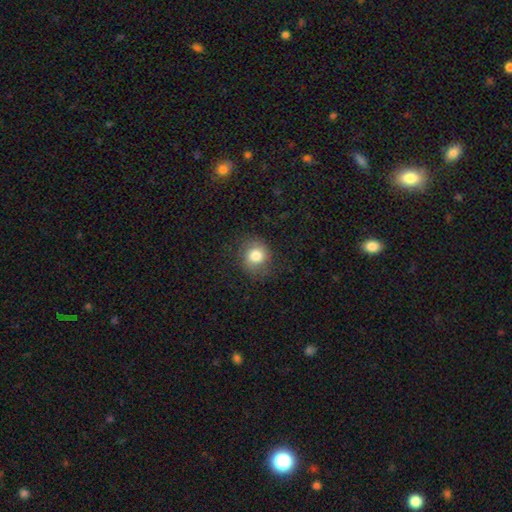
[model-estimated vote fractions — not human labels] A smooth galaxy with no disk features (75%) that is round (82%).

Vote fractions:
- Smooth or featured? smooth: 75% / featured or disk: 15% / star or artifact: 9%
- How rounded? round: 82% / in between: 17% / cigar-shaped: 1%
- Merging? none: 76% / minor disturbance: 16% / major disturbance: 7% / merger: 1%